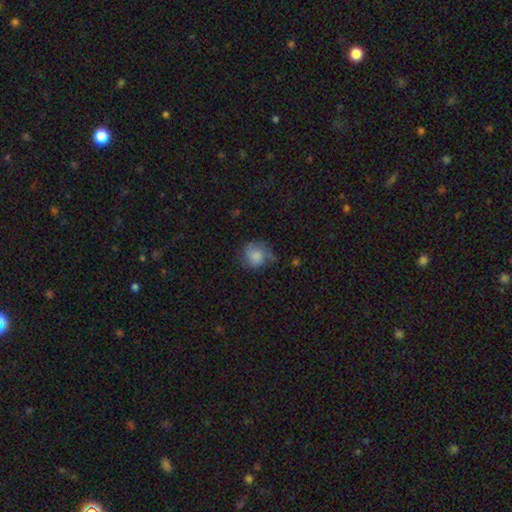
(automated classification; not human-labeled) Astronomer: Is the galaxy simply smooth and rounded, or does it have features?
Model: smooth — 79%.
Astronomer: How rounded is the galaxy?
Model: round — 81%.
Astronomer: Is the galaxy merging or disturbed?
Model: none — 54% (runner-up: minor disturbance, 30%).